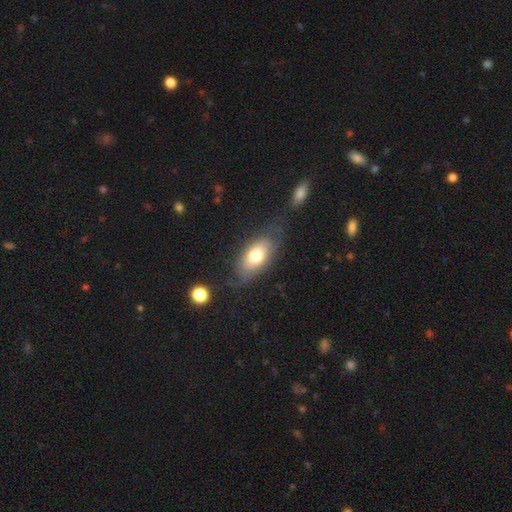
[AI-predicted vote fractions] Smooth or featured? Predicted: smooth (p=0.65). How rounded? Predicted: in between (p=0.89). Merging? Predicted: none (p=0.61).